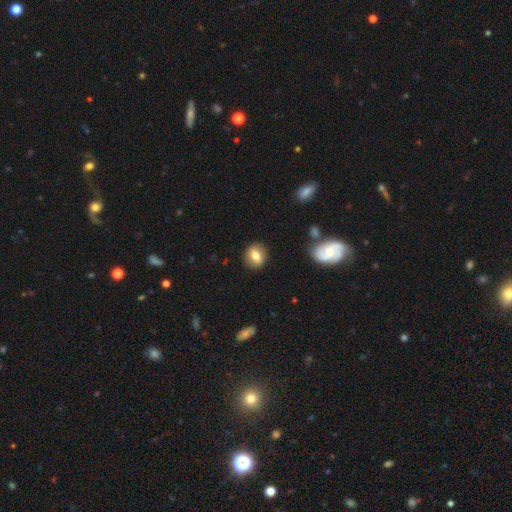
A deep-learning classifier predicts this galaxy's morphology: Smooth or featured: smooth — 74% (featured or disk — 17%)
How rounded: round — 70% (in between — 29%)
Merging: none — 88% (minor disturbance — 8%)